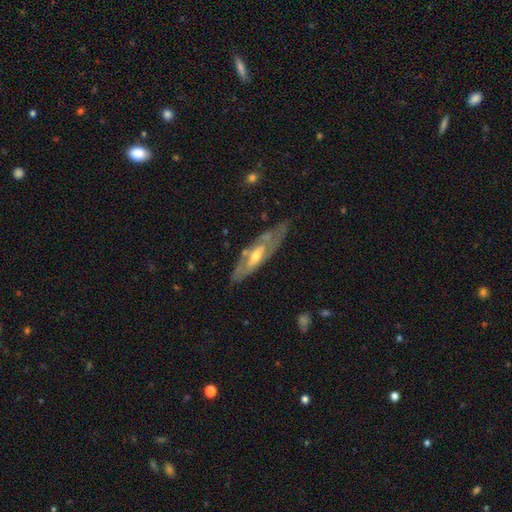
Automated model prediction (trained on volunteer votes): The model was most divided on "bulge size": moderate: 52%, small: 43%, large: 3%, none: 1%, dominant: 1%. More confident: smooth or featured — featured or disk (75%); edge-on disk — no (70%); merging — none (67%); spiral arms — yes (62%); bar — no (50%).